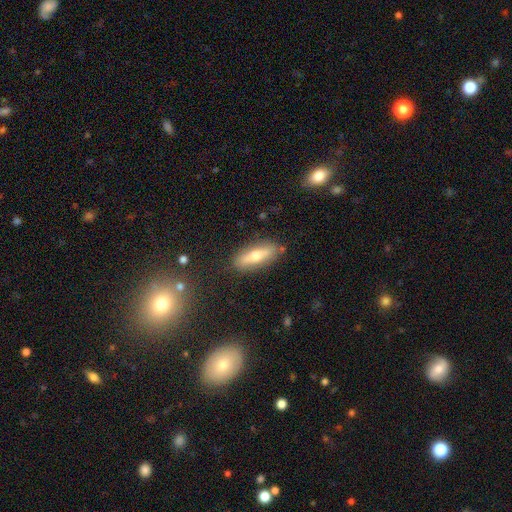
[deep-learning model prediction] smooth_or_featured: smooth (p=0.54) [alt: featured or disk p=0.37]
how_rounded: in between (p=0.48) [tied with: cigar-shaped p=0.48]
merging: none (p=0.85) [alt: minor disturbance p=0.10]